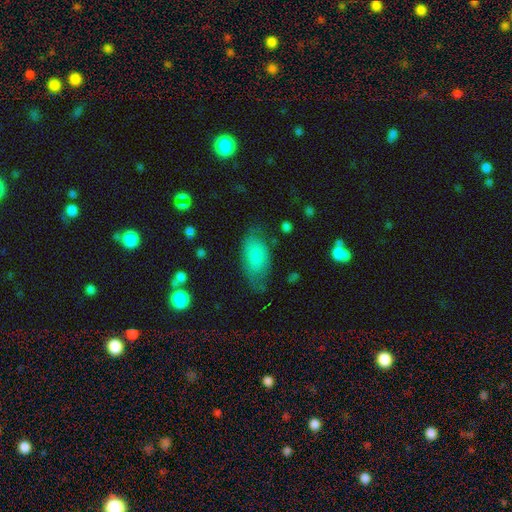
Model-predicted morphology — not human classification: smooth_or_featured: smooth (p=0.75) [alt: featured or disk p=0.17]
how_rounded: in between (p=0.92) [alt: cigar-shaped p=0.04]
merging: none (p=0.60) [alt: minor disturbance p=0.26]